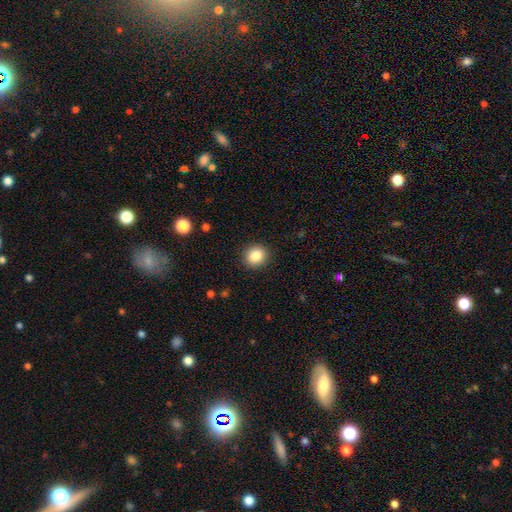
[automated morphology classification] Q: Smooth or featured?
A: smooth (86%); runner-up: star or artifact (9%)
Q: How rounded?
A: round (77%); runner-up: in between (22%)
Q: Merging?
A: none (90%); runner-up: minor disturbance (7%)